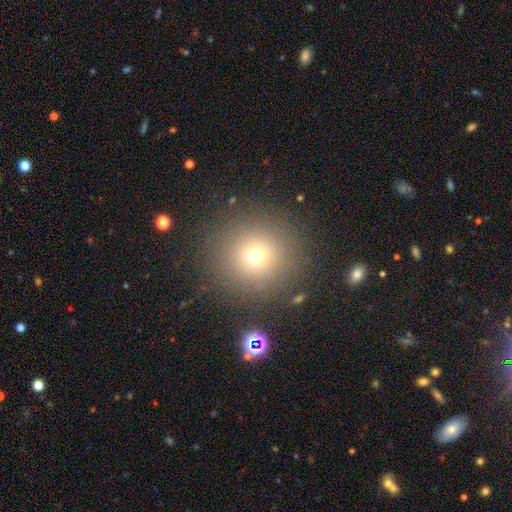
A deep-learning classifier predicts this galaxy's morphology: Smooth or featured?
  - smooth: 69% *
  - star or artifact: 21%
  - featured or disk: 10%
How rounded?
  - round: 95% *
  - in between: 4%
  - cigar-shaped: 1%
Merging?
  - none: 87% *
  - minor disturbance: 6%
  - major disturbance: 4%
  - merger: 2%